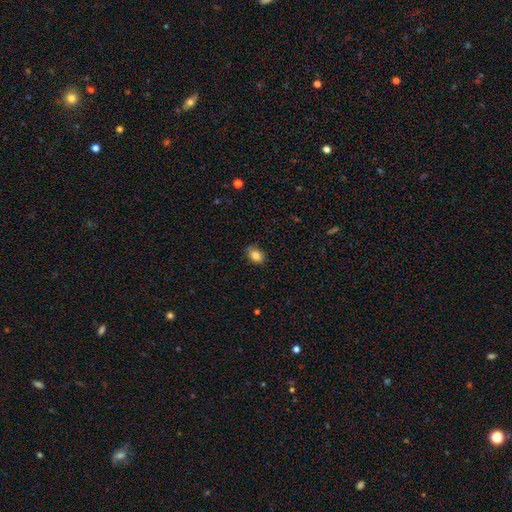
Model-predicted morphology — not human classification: smooth_or_featured: smooth (p=0.83) [alt: star or artifact p=0.10]
how_rounded: in between (p=0.72) [alt: round p=0.27]
merging: none (p=0.80) [alt: minor disturbance p=0.16]